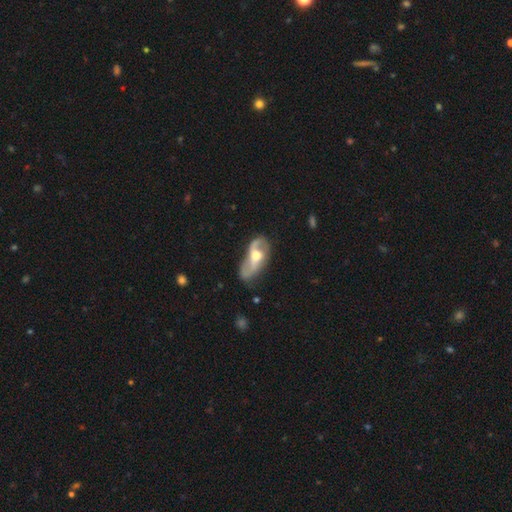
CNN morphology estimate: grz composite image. It shows a featured or disk galaxy (73%) with no bar (43%), spiral arms (76%) and a moderate central bulge (70%). Merging: none (55%).